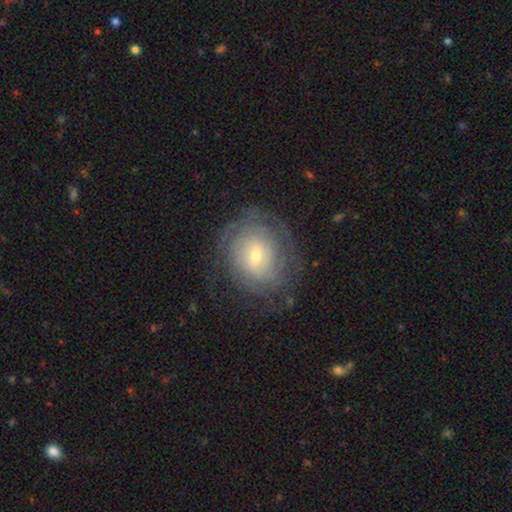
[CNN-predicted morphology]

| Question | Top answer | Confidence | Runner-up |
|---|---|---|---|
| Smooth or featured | featured or disk | 70% | smooth (23%) |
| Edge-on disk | no | 96% | yes (4%) |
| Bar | weak | 47% | no (42%) |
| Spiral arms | yes | 84% | no (16%) |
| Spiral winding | tight | 71% | medium (22%) |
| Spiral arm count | can't tell | 56% | 2 (19%) |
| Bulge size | small | 60% | moderate (34%) |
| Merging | none | 74% | minor disturbance (16%) |